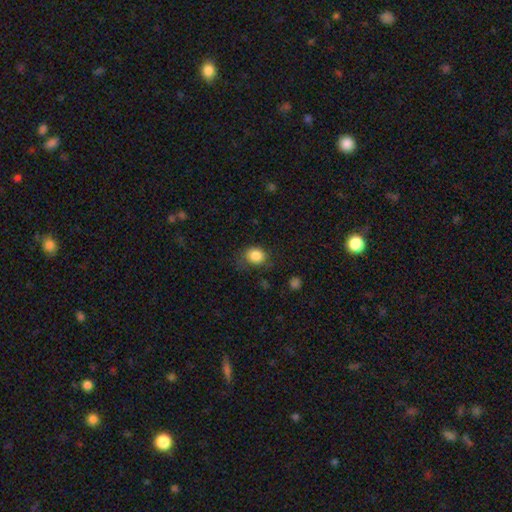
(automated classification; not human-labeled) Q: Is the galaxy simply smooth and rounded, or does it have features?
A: smooth — 85%.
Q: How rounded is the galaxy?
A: round — 65%.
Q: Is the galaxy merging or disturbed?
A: none — 66%.